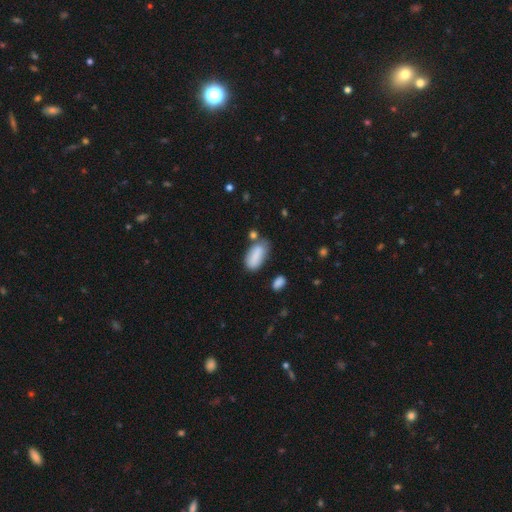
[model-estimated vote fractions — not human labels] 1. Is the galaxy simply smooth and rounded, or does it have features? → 82% smooth, 11% featured or disk, 8% star or artifact.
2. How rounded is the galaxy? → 91% in between, 6% cigar-shaped, 3% round.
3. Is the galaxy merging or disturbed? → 54% none, 26% minor disturbance, 12% merger, 8% major disturbance.